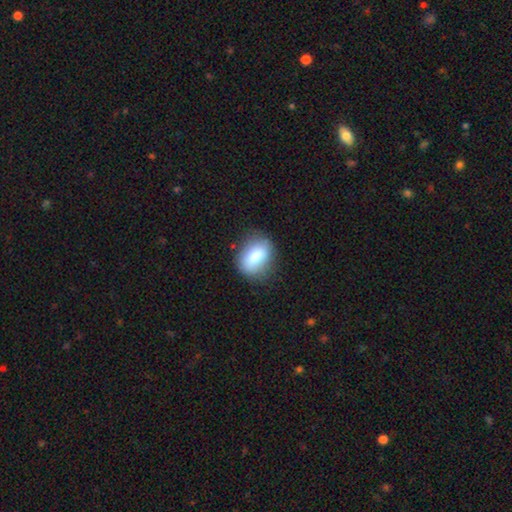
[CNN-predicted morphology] A smooth galaxy with no disk features (80%) that is in between round and cigar-shaped (72%).

Vote fractions:
- Smooth or featured? smooth: 80% / featured or disk: 12% / star or artifact: 8%
- How rounded? in between: 72% / round: 26% / cigar-shaped: 2%
- Merging? none: 76% / minor disturbance: 18% / major disturbance: 5% / merger: 2%